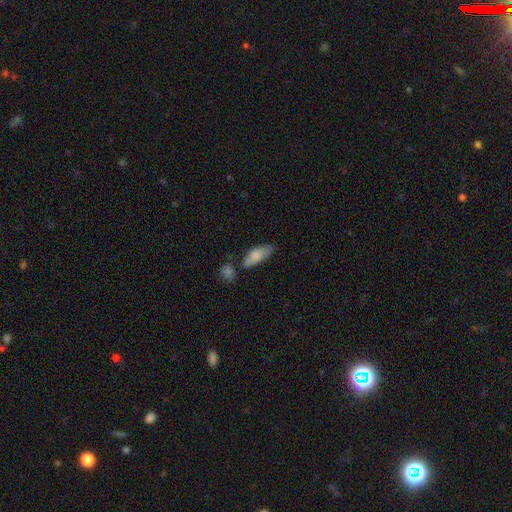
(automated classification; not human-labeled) A smooth galaxy with no disk features (80%) that is in between round and cigar-shaped (72%).

Vote fractions:
- Smooth or featured? smooth: 80% / featured or disk: 14% / star or artifact: 6%
- How rounded? in between: 72% / cigar-shaped: 26% / round: 2%
- Merging? none: 60% / minor disturbance: 22% / merger: 11% / major disturbance: 6%